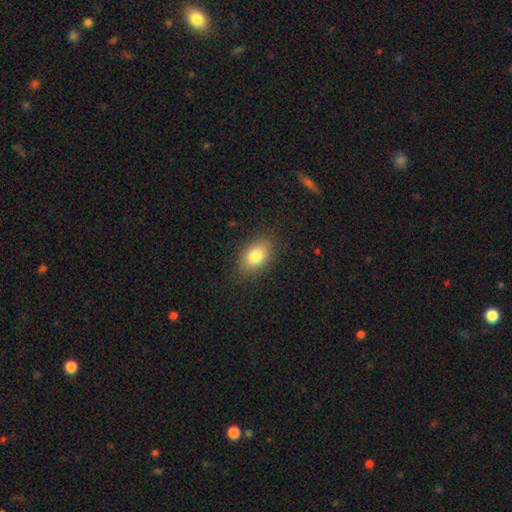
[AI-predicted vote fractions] A smooth galaxy with no disk features (82%) that is in between round and cigar-shaped (84%).

Vote fractions:
- Smooth or featured? smooth: 82% / featured or disk: 10% / star or artifact: 9%
- How rounded? in between: 84% / round: 14% / cigar-shaped: 1%
- Merging? none: 86% / minor disturbance: 10% / major disturbance: 3% / merger: 1%